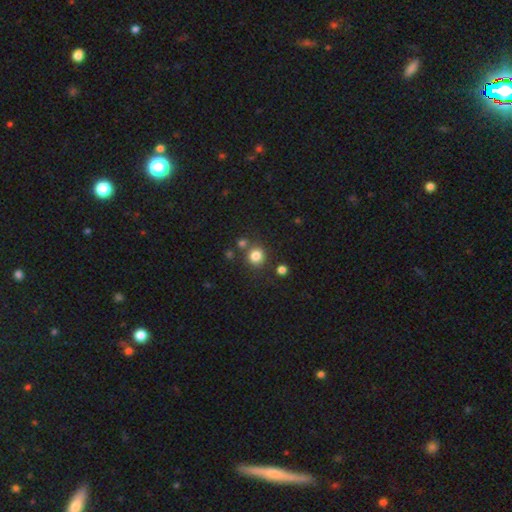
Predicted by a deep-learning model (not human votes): Smooth or featured: smooth — 82% (star or artifact — 13%)
How rounded: round — 88% (in between — 11%)
Merging: none — 78% (merger — 10%)